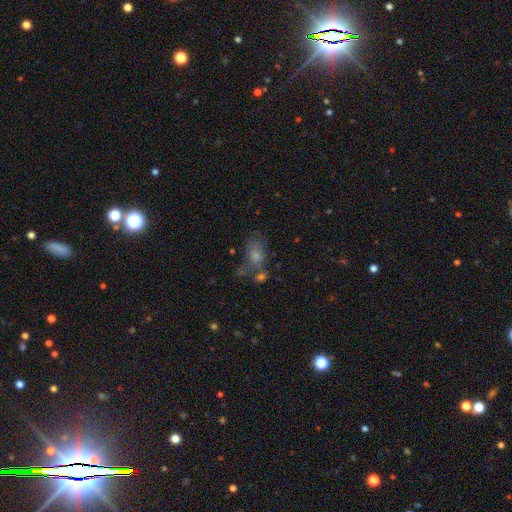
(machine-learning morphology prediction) A smooth galaxy with no disk features (67%) that is in between round and cigar-shaped (82%).

Vote fractions:
- Smooth or featured? smooth: 67% / featured or disk: 18% / star or artifact: 15%
- How rounded? in between: 82% / round: 14% / cigar-shaped: 4%
- Merging? none: 35% / merger: 27% / minor disturbance: 19% / major disturbance: 18%